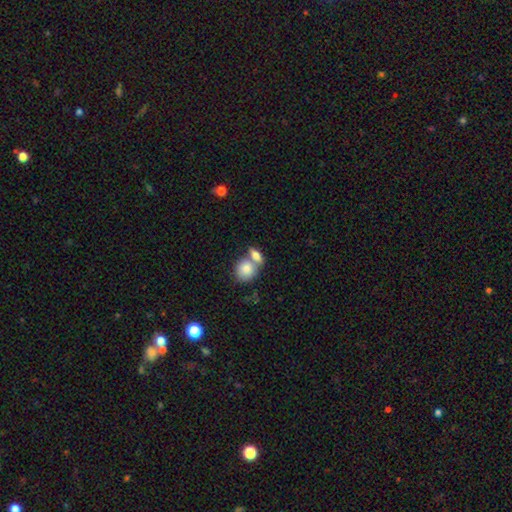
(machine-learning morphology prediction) smooth 77%, featured or disk 16%, star or artifact 7%. Down the decision tree: how rounded — in between (56%); merging — merger (47%).